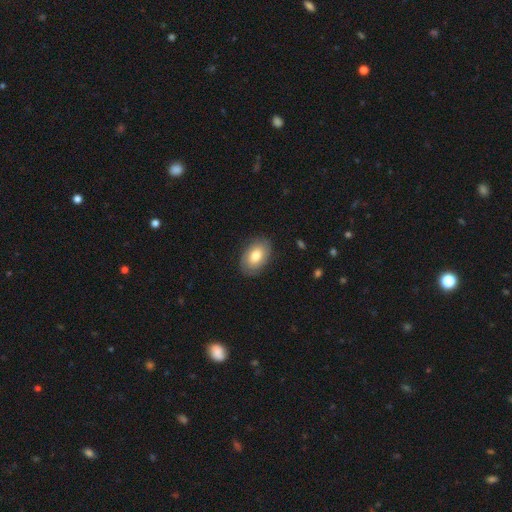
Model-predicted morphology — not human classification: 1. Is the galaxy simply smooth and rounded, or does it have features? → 73% smooth, 20% featured or disk, 7% star or artifact.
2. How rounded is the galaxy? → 89% in between, 10% round, 1% cigar-shaped.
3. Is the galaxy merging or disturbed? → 84% none, 12% minor disturbance, 3% major disturbance, 1% merger.